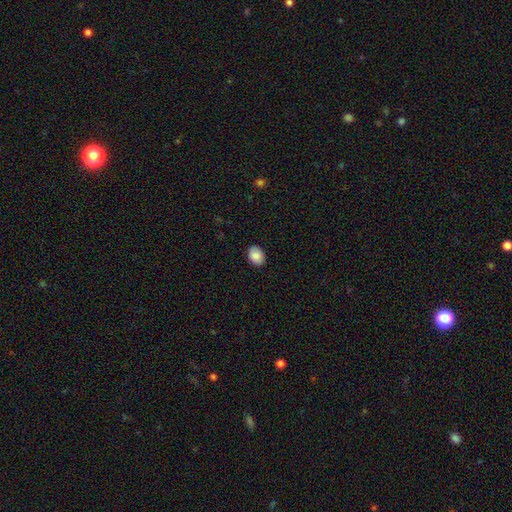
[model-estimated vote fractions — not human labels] smooth 87%, star or artifact 7%, featured or disk 6%. Down the decision tree: how rounded — in between (74%); merging — none (89%).